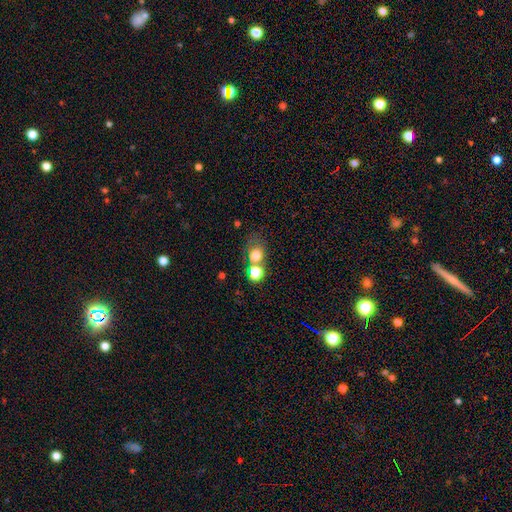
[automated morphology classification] smooth 74%, star or artifact 14%, featured or disk 12%. Down the decision tree: how rounded — round (69%); merging — none (43%).